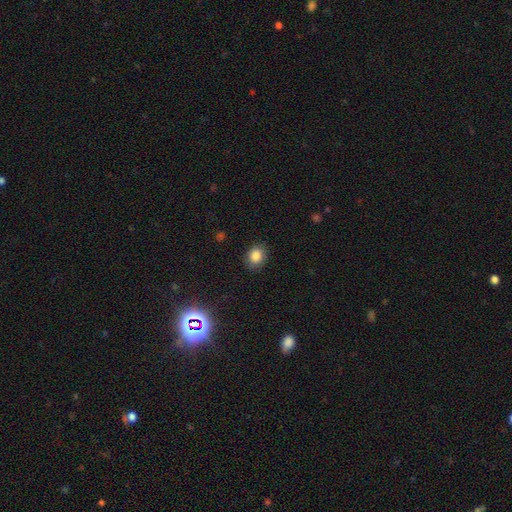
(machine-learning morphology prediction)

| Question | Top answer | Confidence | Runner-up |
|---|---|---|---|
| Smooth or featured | smooth | 85% | star or artifact (11%) |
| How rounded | round | 53% | in between (46%) |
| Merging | none | 85% | minor disturbance (11%) |